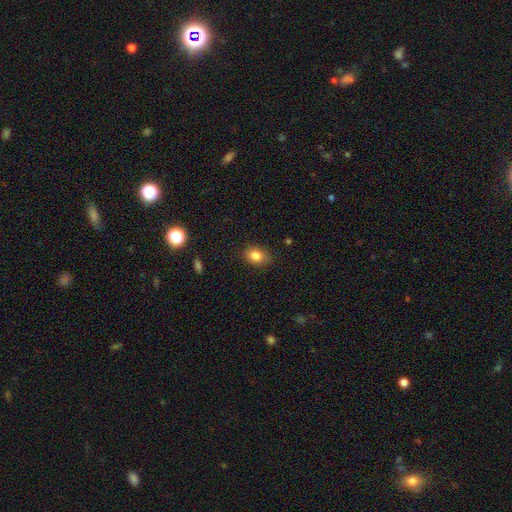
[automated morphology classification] Smooth or featured? Predicted: smooth (p=0.84). How rounded? Predicted: in between (p=0.73). Merging? Predicted: none (p=0.82).